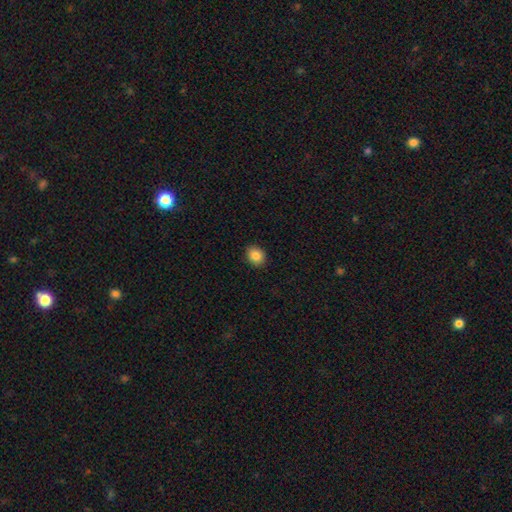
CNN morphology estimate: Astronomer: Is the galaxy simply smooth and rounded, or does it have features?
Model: smooth — 85%.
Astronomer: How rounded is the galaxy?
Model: round — 60% (runner-up: in between, 39%).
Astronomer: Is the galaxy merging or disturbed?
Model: none — 91%.